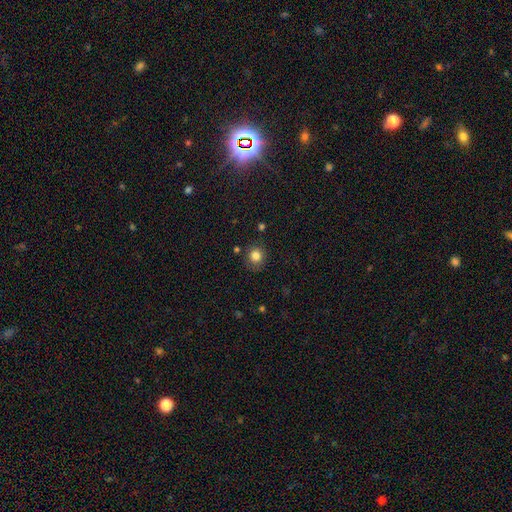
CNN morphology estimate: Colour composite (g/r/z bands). It shows a smooth galaxy with no disk features (82%) that is round (84%). Merging: none (82%).